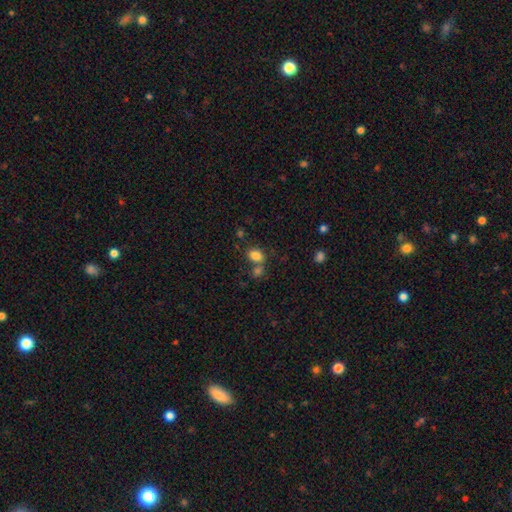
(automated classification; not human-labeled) This appears to be a smooth galaxy with no disk features (82%) that is in between round and cigar-shaped (68%). Merging: none (53%).